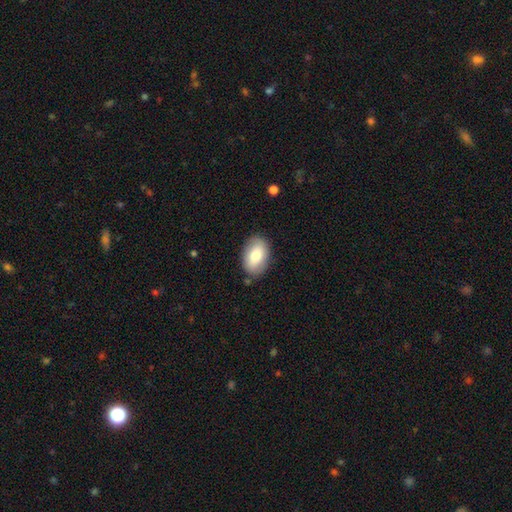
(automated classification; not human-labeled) smooth 75%, featured or disk 18%, star or artifact 6%. Down the decision tree: how rounded — in between (90%); merging — none (83%).